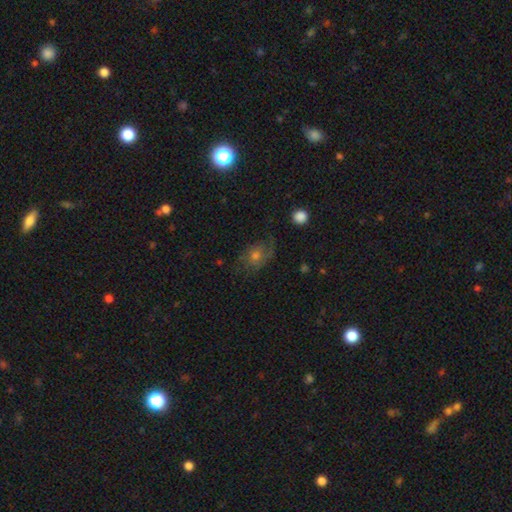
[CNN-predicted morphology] Smooth or featured?
  - featured or disk: 45% *
  - smooth: 40%
  - star or artifact: 16%
Merging?
  - none: 58% *
  - minor disturbance: 24%
  - major disturbance: 16%
  - merger: 2%